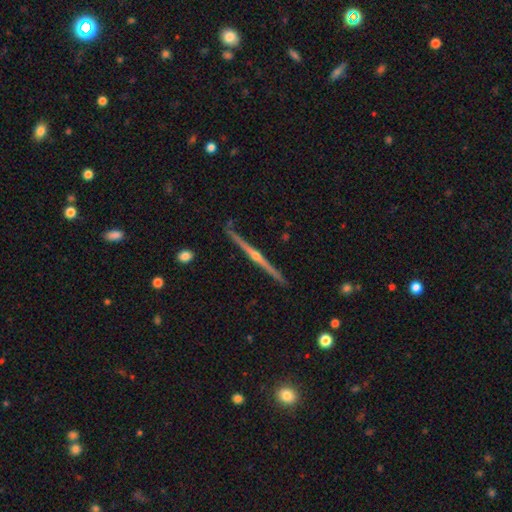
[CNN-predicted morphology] Smooth or featured? featured or disk (88%)
Edge-on disk? yes (99%)
Edge-on bulge? rounded (91%)
Merging? none (90%)